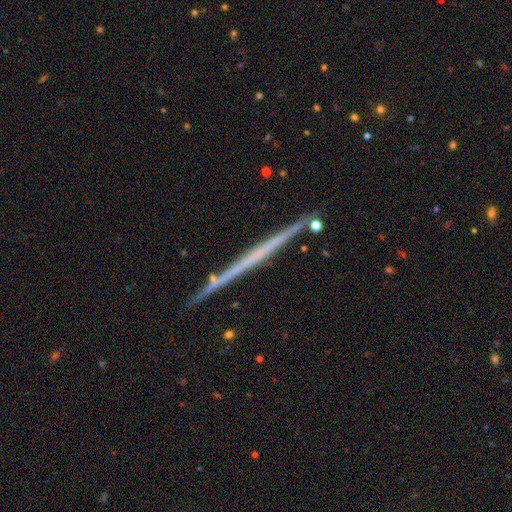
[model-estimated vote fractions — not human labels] The model was most divided on "smooth or featured": featured or disk: 62%, smooth: 30%, star or artifact: 8%. More confident: edge-on disk — yes (98%); edge-on bulge — none (92%); merging — none (89%).